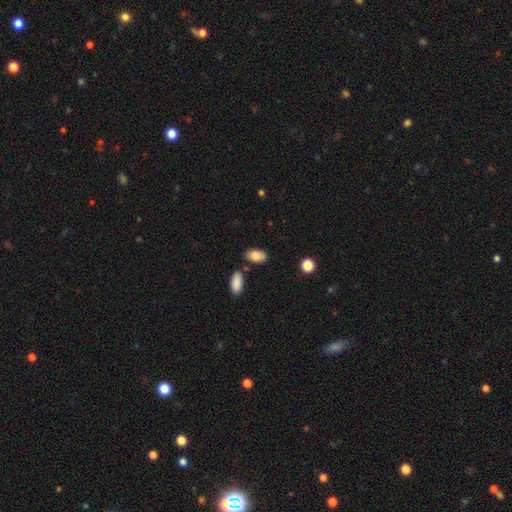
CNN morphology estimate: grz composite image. It shows a smooth galaxy with no disk features (80%) that is in between round and cigar-shaped (93%). Merging: none (74%).